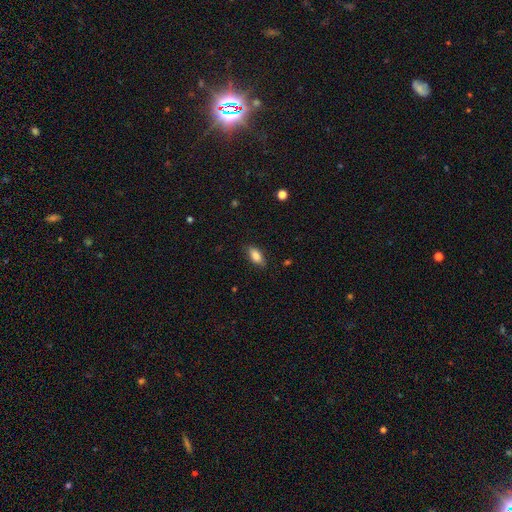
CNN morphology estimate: Smooth or featured? smooth (83%)
How rounded? in between (86%)
Merging? none (83%)